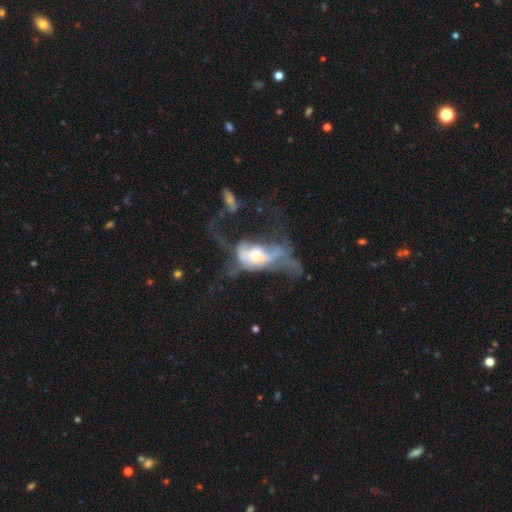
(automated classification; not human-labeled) Morphology: type=featured or disk (63%); edge-on=no (89%); bar=no (71%); spiral arms=no (62%); bulge=moderate (56%); merging=major disturbance (58%).